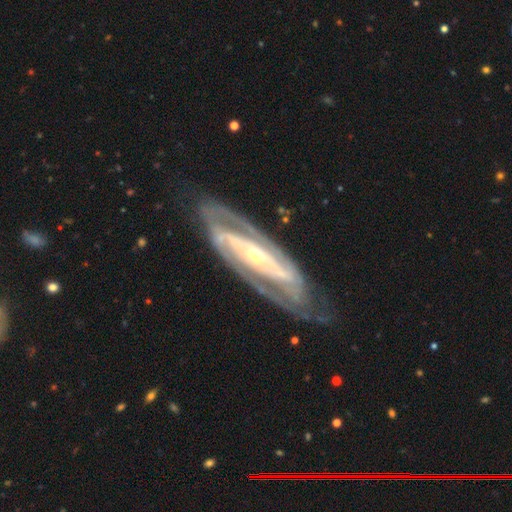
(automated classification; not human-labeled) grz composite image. It shows a featured or disk galaxy (89%) with a strong bar (40%), 2 (72%) tight (55%) spiral arms (94%) and a small central bulge (66%). Merging: none (74%).